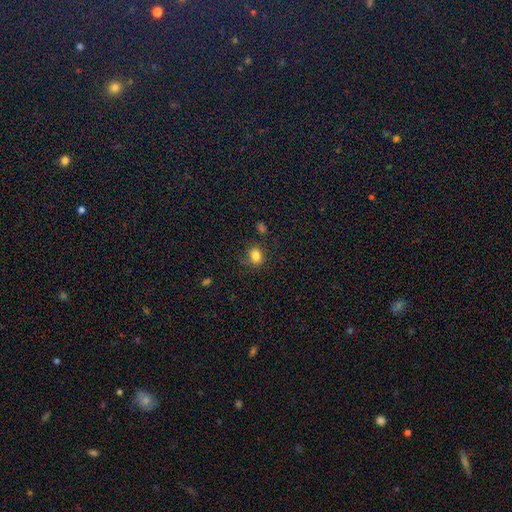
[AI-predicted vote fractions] Q: Smooth or featured?
A: smooth (83%); runner-up: star or artifact (12%)
Q: How rounded?
A: round (53%); runner-up: in between (46%)
Q: Merging?
A: none (77%); runner-up: minor disturbance (15%)